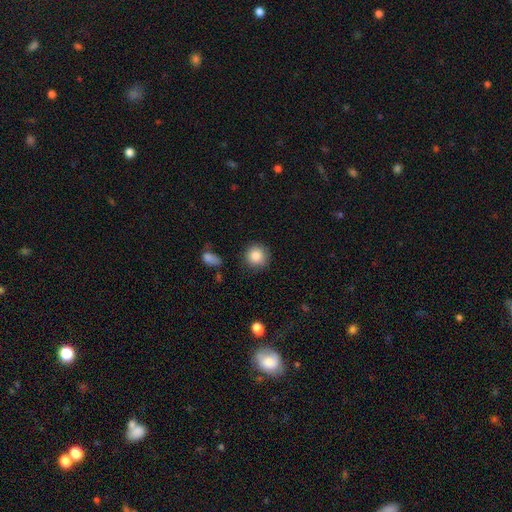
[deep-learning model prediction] Morphology: type=smooth (86%); roundness=round (92%); merging=none (84%).